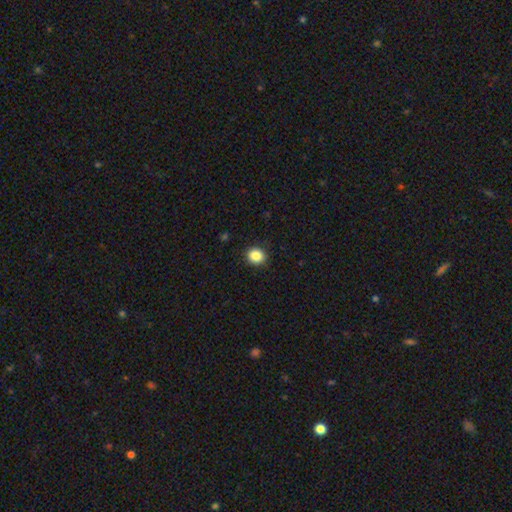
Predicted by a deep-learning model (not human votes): smooth-or-featured: smooth: 86% | star or artifact: 10% | featured or disk: 4%
  how-rounded: round: 82% | in between: 17% | cigar-shaped: 1%
  merging: none: 90% | minor disturbance: 7% | major disturbance: 2% | merger: 1%